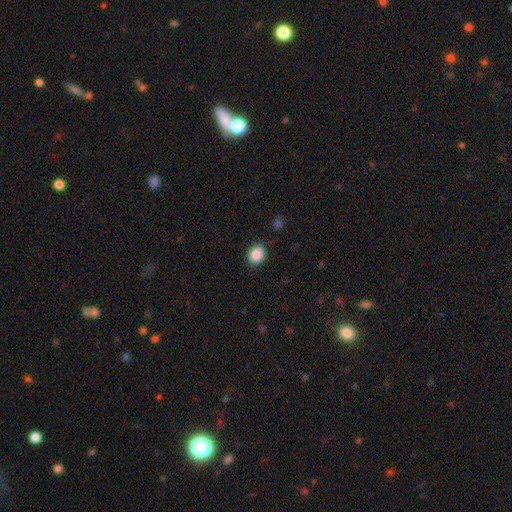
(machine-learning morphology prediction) This is clearly a smooth galaxy (88%). How rounded: possibly round (57%). Merging: clearly none (87%).